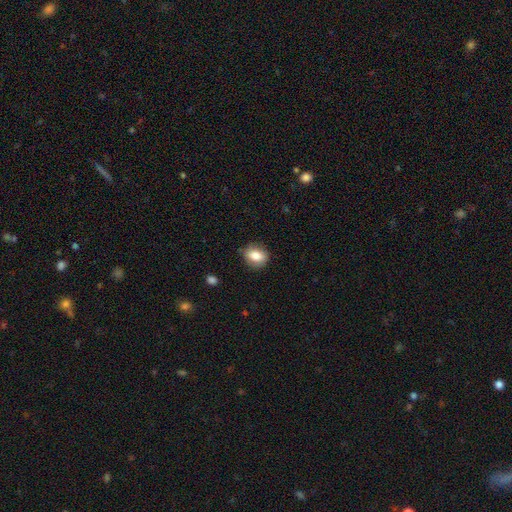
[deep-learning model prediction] The model was most divided on "how rounded": in between: 51%, round: 48%, cigar-shaped: 1%. More confident: smooth or featured — smooth (82%); merging — none (81%).